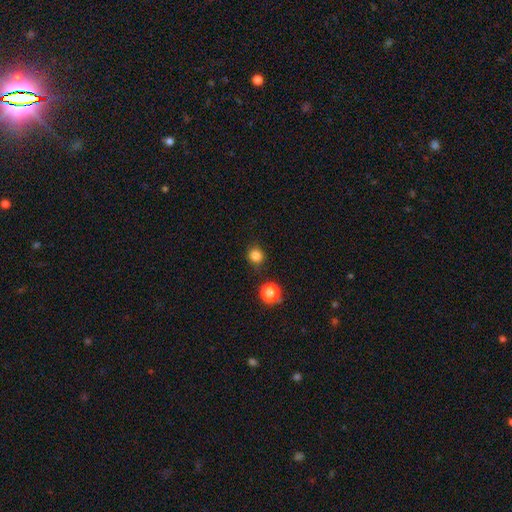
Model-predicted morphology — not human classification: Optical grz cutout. It shows a smooth galaxy with no disk features (82%) that is round (86%). Merging: none (85%).